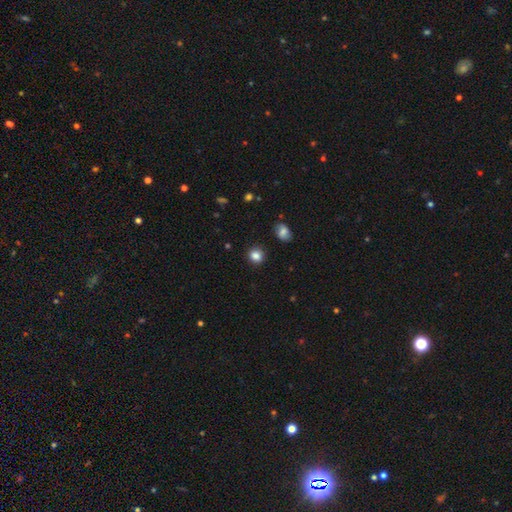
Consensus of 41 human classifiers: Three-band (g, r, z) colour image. It shows a smooth galaxy with no disk features (88%) that is round (81%). Merging: none (89%).